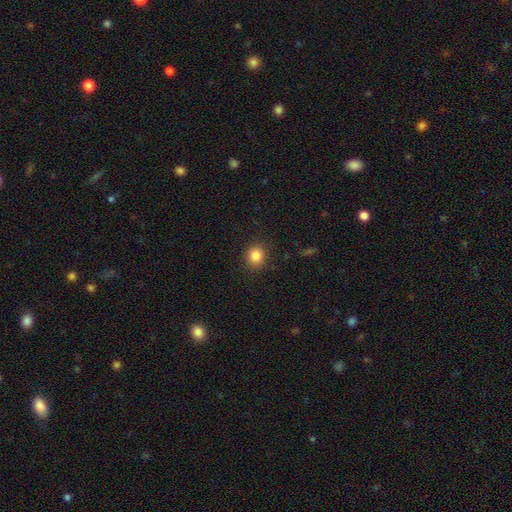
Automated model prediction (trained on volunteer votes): Smooth or featured? Predicted: smooth (p=0.85). How rounded? Predicted: round (p=0.84). Merging? Predicted: none (p=0.89).